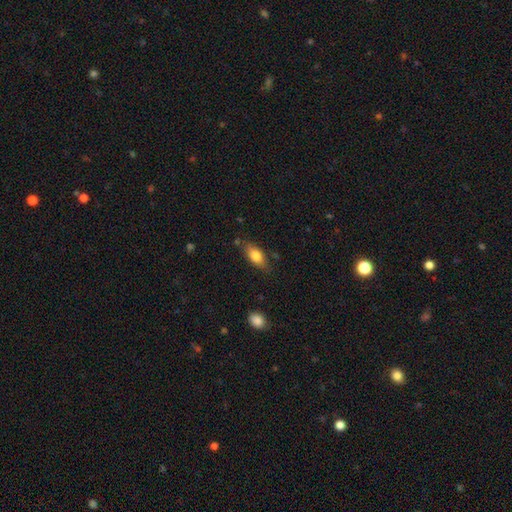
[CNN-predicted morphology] smooth_or_featured: smooth (p=0.76) [alt: featured or disk p=0.17]
how_rounded: in between (p=0.80) [alt: cigar-shaped p=0.16]
merging: none (p=0.74) [alt: minor disturbance p=0.18]